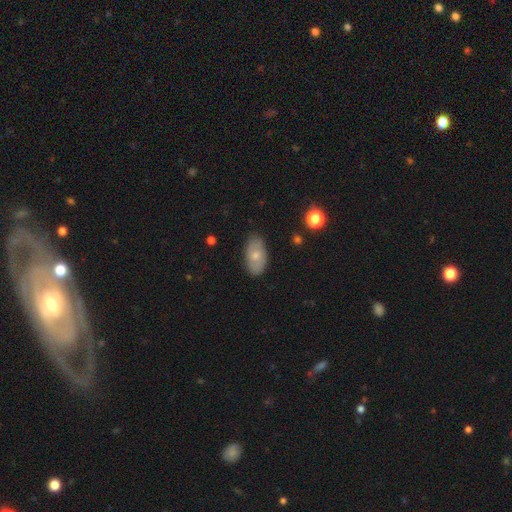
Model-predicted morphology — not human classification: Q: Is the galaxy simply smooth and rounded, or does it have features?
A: smooth — 61%.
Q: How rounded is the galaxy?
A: in between — 93%.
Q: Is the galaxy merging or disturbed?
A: none — 82%.